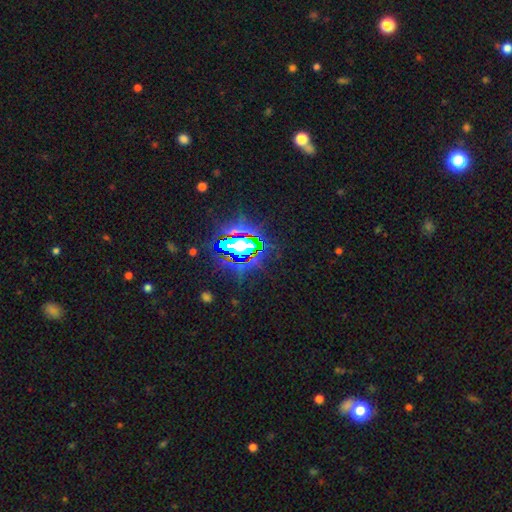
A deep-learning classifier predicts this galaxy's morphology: Smooth or featured: star or artifact — 84% (smooth — 8%)